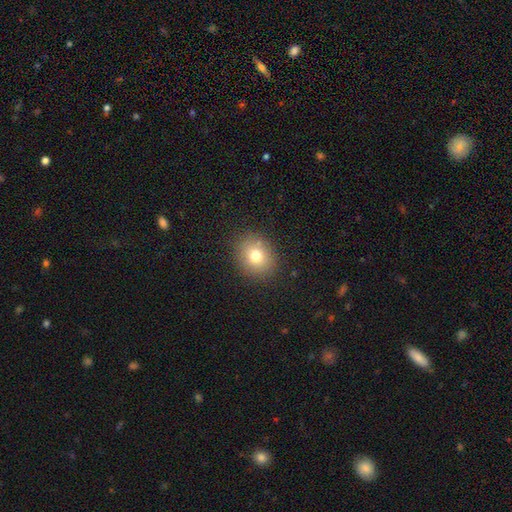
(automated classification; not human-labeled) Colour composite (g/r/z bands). It shows a smooth galaxy with no disk features (75%) that is round (68%). Merging: none (86%).